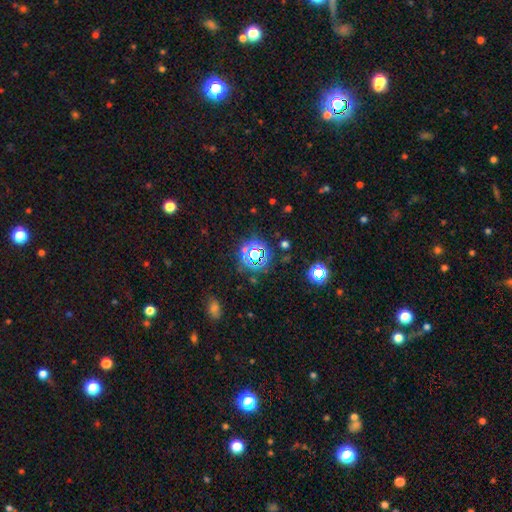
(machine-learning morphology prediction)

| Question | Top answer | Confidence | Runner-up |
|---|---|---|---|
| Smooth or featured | star or artifact | 69% | smooth (21%) |